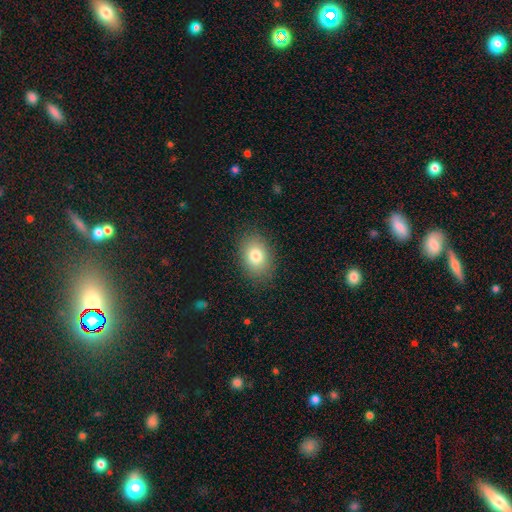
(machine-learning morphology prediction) type=smooth (80%); roundness=in between (72%); merging=none (86%).